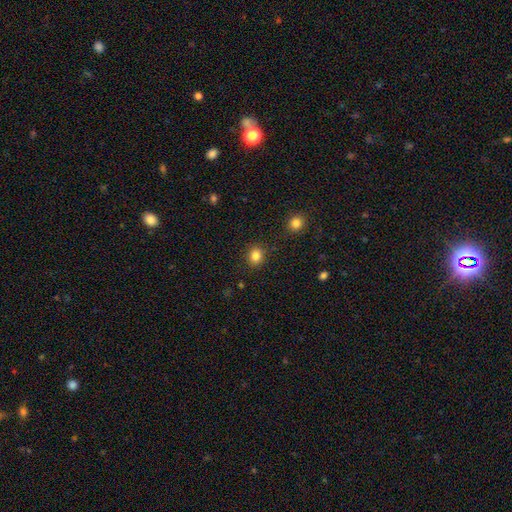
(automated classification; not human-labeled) This is clearly a smooth galaxy (83%). How rounded: clearly round (81%). Merging: clearly none (89%).